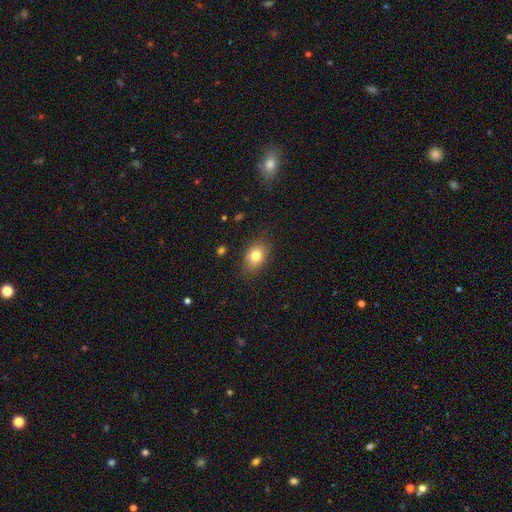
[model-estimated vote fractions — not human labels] A smooth galaxy with no disk features (79%) that is in between round and cigar-shaped (73%).

Vote fractions:
- Smooth or featured? smooth: 79% / featured or disk: 11% / star or artifact: 10%
- How rounded? in between: 73% / round: 26% / cigar-shaped: 2%
- Merging? none: 83% / minor disturbance: 13% / major disturbance: 3% / merger: 1%